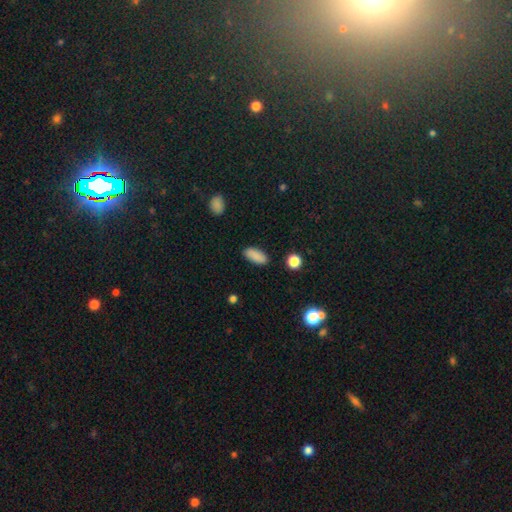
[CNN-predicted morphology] The model was most divided on "how rounded": in between: 82%, cigar-shaped: 16%, round: 3%. More confident: merging — none (89%); smooth or featured — smooth (88%).